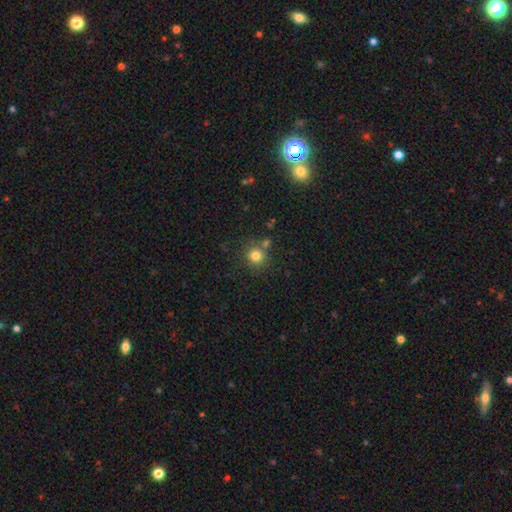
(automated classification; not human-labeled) Smooth or featured? smooth (80%)
How rounded? round (91%)
Merging? none (75%)